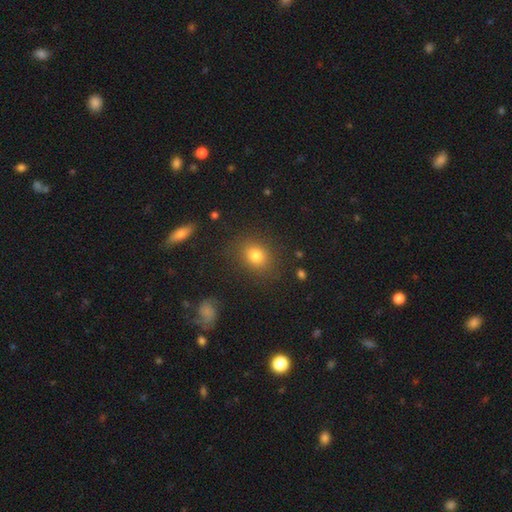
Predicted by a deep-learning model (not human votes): Q: Smooth or featured?
A: smooth (78%); runner-up: star or artifact (13%)
Q: How rounded?
A: round (54%); runner-up: in between (44%)
Q: Merging?
A: none (84%); runner-up: minor disturbance (10%)